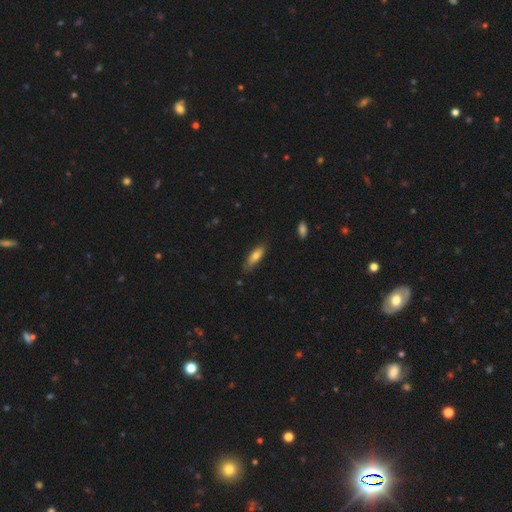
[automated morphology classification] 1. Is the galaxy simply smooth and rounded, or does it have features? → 76% smooth, 18% featured or disk, 6% star or artifact.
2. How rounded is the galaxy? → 57% in between, 41% cigar-shaped, 2% round.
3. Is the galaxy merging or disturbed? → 73% none, 21% minor disturbance, 4% major disturbance, 2% merger.